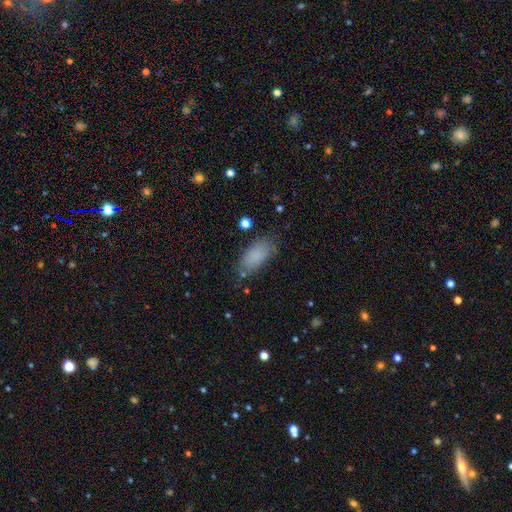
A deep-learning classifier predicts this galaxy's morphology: Smooth or featured? Predicted: smooth (p=0.84). How rounded? Predicted: in between (p=0.89). Merging? Predicted: none (p=0.73).